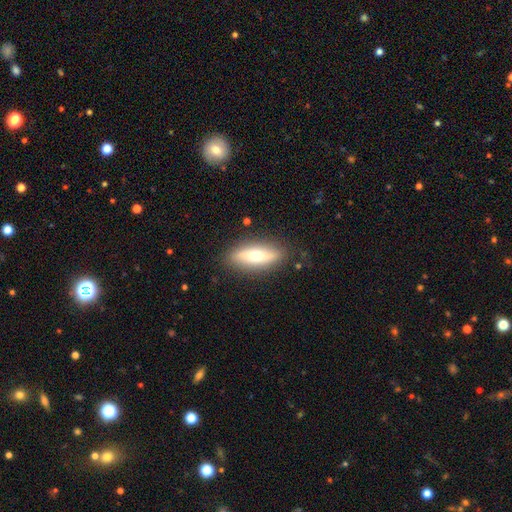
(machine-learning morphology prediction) type=smooth (53%); roundness=in between (58%); merging=none (85%).